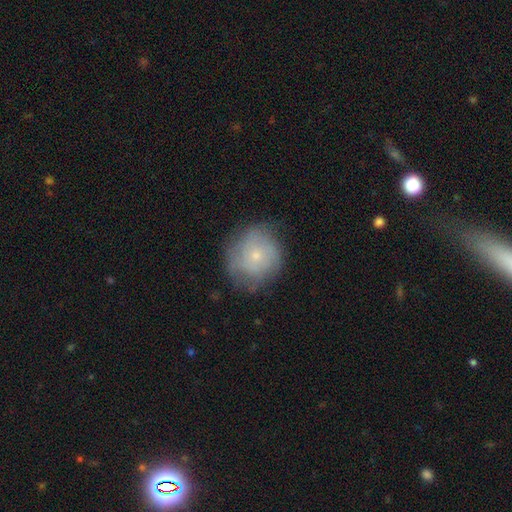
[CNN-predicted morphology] smooth-or-featured: smooth: 49% | featured or disk: 42% | star or artifact: 10%
  merging: none: 68% | minor disturbance: 22% | major disturbance: 9% | merger: 1%